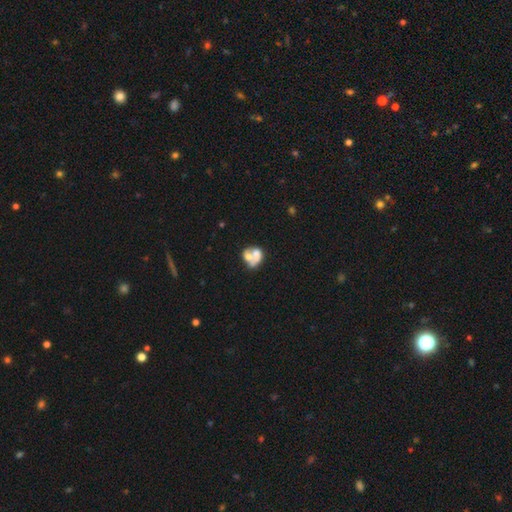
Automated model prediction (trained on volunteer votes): A smooth galaxy with no disk features (48%).

Vote fractions:
- Smooth or featured? smooth: 48% / featured or disk: 42% / star or artifact: 10%
- Merging? merger: 59% / none: 20% / major disturbance: 12% / minor disturbance: 10%